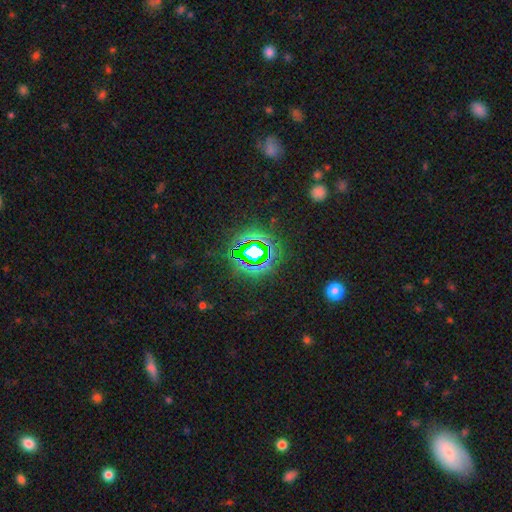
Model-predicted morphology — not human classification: This is likely a star or artifact rather than a galaxy (78%).